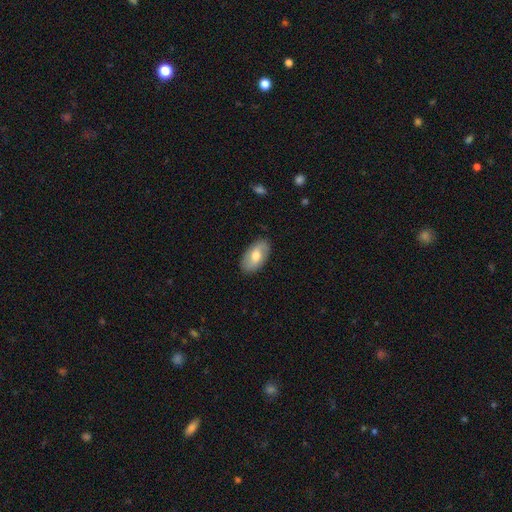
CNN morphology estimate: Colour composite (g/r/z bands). It shows a smooth galaxy with no disk features (61%) that is in between round and cigar-shaped (94%). Merging: none (85%).